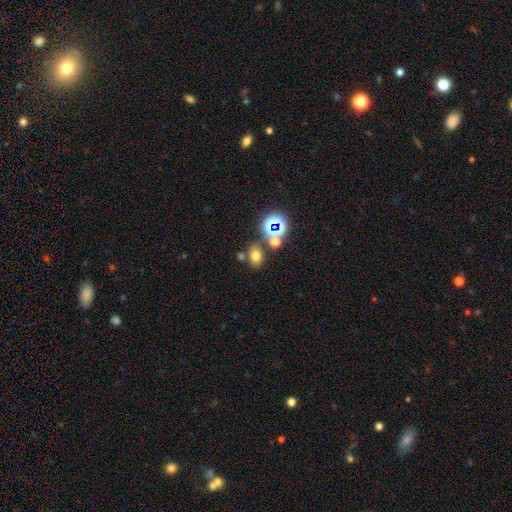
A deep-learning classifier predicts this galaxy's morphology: type=smooth (66%); roundness=in between (65%); merging=none (68%).